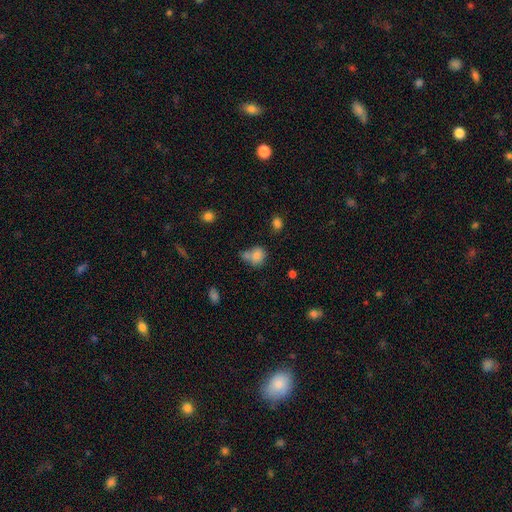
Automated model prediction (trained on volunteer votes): This appears to be a smooth galaxy with no disk features (77%) that is round (67%). Merging: none (45%).